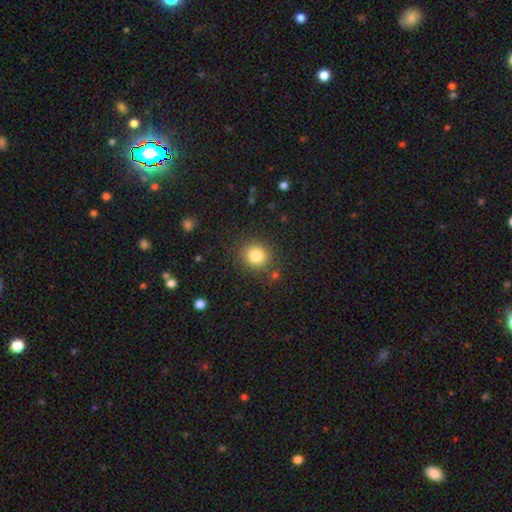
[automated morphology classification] This appears to be a smooth galaxy with no disk features (82%) that is round (84%). Merging: none (85%).